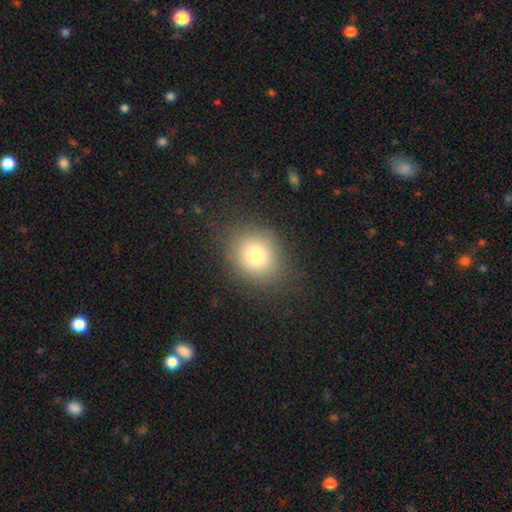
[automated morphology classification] Smooth or featured? smooth (76%)
How rounded? round (70%)
Merging? none (82%)